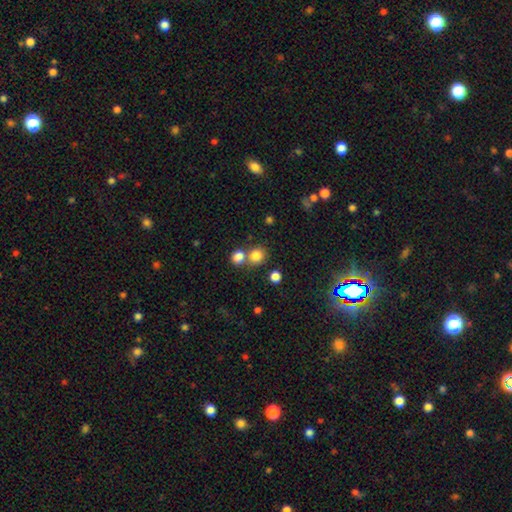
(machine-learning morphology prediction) smooth-or-featured: smooth: 81% | star or artifact: 12% | featured or disk: 7%
  how-rounded: round: 83% | in between: 16% | cigar-shaped: 1%
  merging: none: 55% | merger: 35% | minor disturbance: 7% | major disturbance: 3%